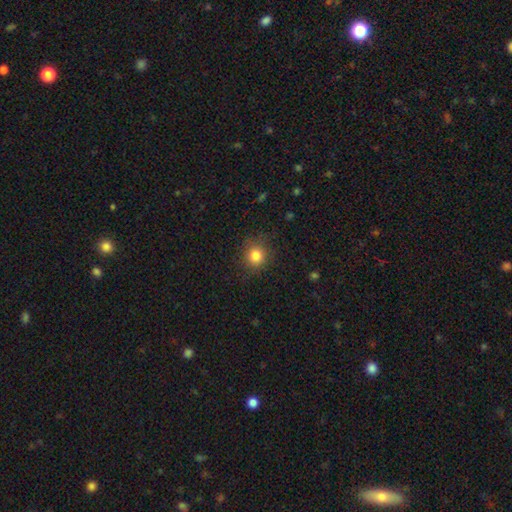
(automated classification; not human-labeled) This is clearly a smooth galaxy (83%). How rounded: clearly round (87%). Merging: clearly none (84%).